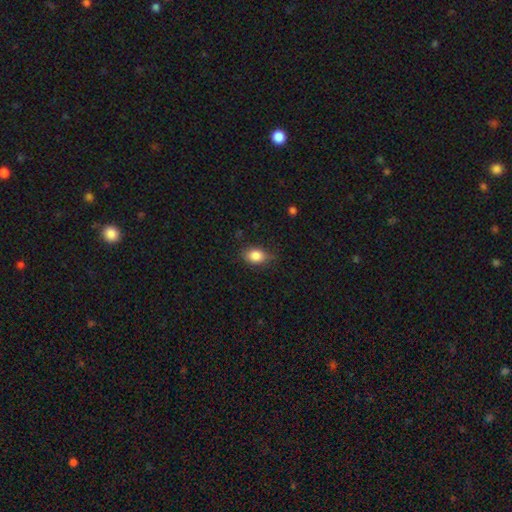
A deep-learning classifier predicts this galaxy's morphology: smooth_or_featured: smooth (p=0.85) [alt: star or artifact p=0.09]
how_rounded: in between (p=0.74) [alt: round p=0.25]
merging: none (p=0.73) [alt: minor disturbance p=0.21]